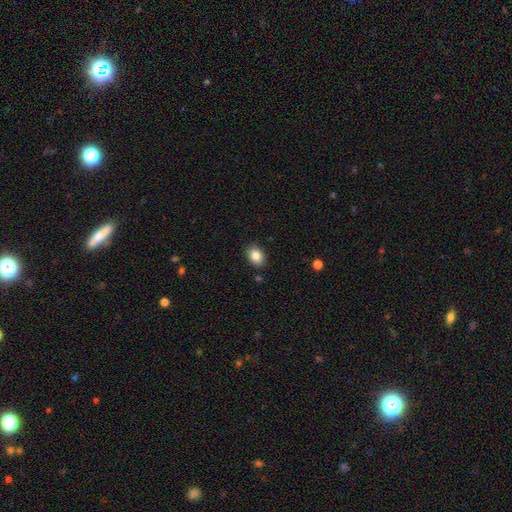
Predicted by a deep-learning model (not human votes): Smooth or featured: smooth — 85% (star or artifact — 8%)
How rounded: in between — 76% (round — 23%)
Merging: none — 87% (minor disturbance — 9%)